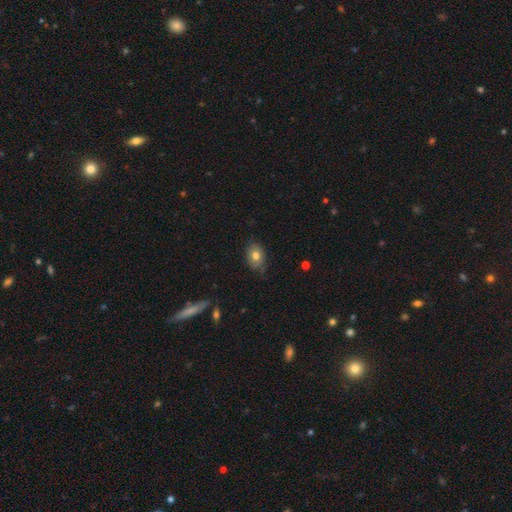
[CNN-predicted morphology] Smooth or featured? Predicted: smooth (p=0.76). How rounded? Predicted: in between (p=0.70). Merging? Predicted: none (p=0.74).